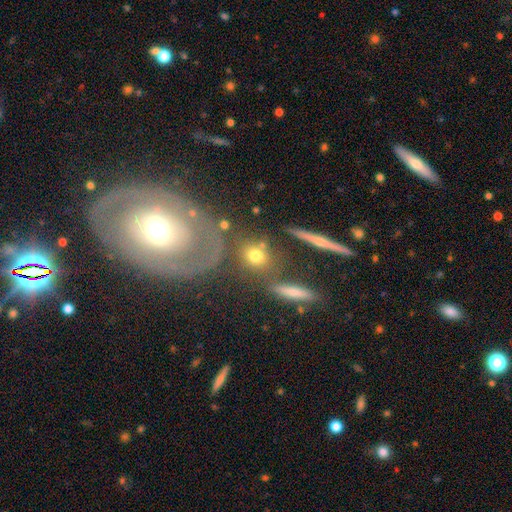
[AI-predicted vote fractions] Smooth or featured?
  - smooth: 69% *
  - featured or disk: 17%
  - star or artifact: 13%
How rounded?
  - round: 63% *
  - in between: 31%
  - cigar-shaped: 7%
Merging?
  - none: 65% *
  - merger: 15%
  - minor disturbance: 13%
  - major disturbance: 8%